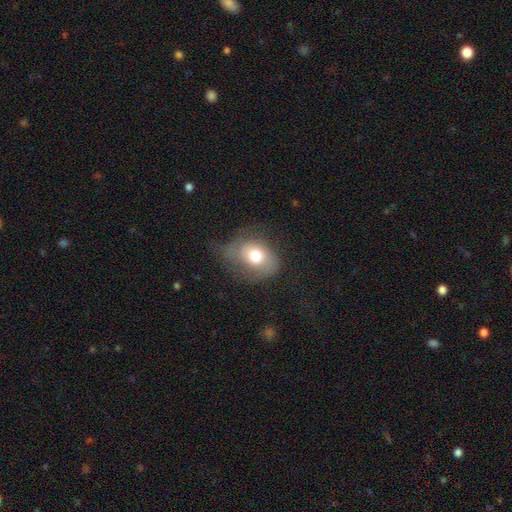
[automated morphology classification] Overall: smooth (65%; featured or disk 26%). How rounded: in between (58%; round 41%). Merging: none (40%; minor disturbance 32%).